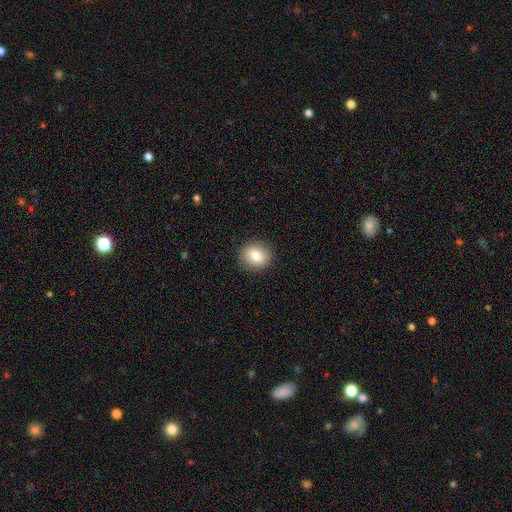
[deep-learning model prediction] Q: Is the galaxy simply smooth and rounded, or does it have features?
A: smooth — 79%.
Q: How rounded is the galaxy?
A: round — 74%.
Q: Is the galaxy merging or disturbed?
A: none — 90%.